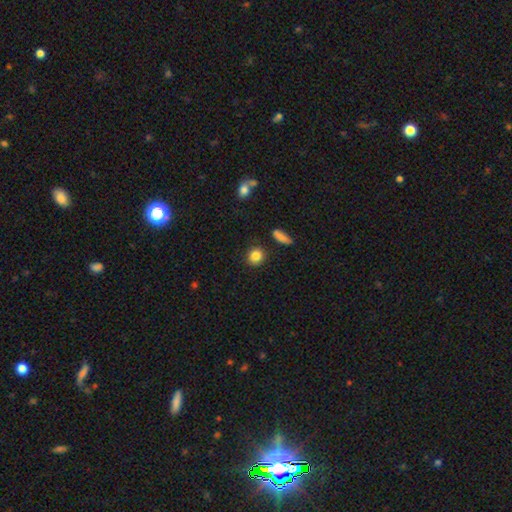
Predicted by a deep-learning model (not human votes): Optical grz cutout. It shows a smooth galaxy with no disk features (85%) that is round (83%). Merging: none (88%).